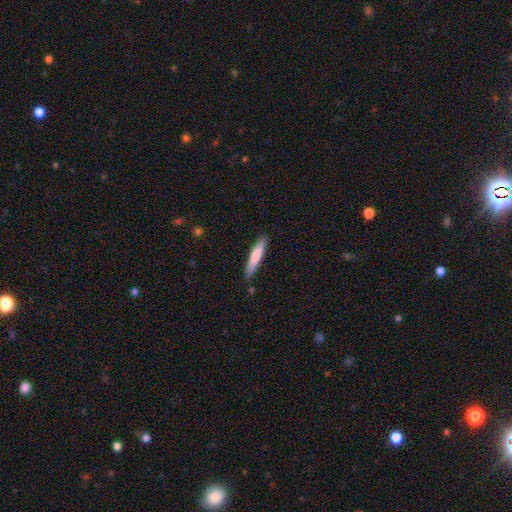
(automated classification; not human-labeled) This appears to be a smooth galaxy with no disk features (76%) that is cigar-shaped (89%). Merging: none (88%).